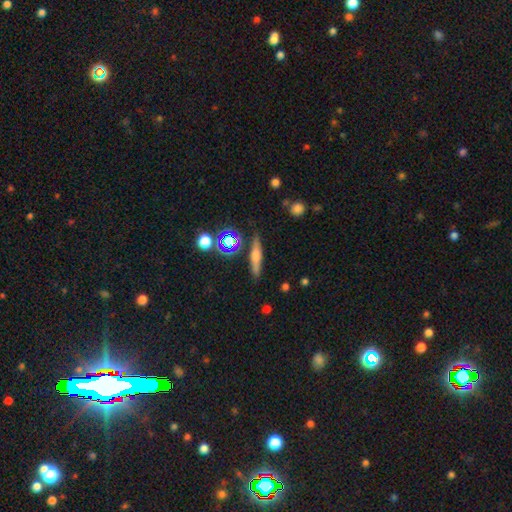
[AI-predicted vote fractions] Q: Smooth or featured?
A: featured or disk (44%); runner-up: smooth (40%)
Q: Merging?
A: none (82%); runner-up: minor disturbance (10%)